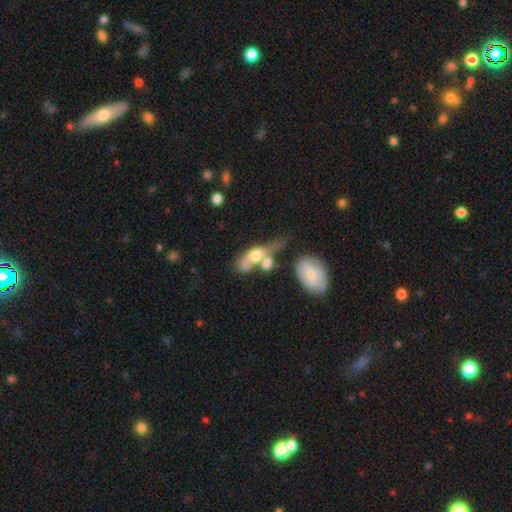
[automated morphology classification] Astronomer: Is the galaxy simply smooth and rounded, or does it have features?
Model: smooth — 51% (runner-up: featured or disk, 41%).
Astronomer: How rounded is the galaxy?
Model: in between — 71%.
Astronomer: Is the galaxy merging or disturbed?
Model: merger — 56%.